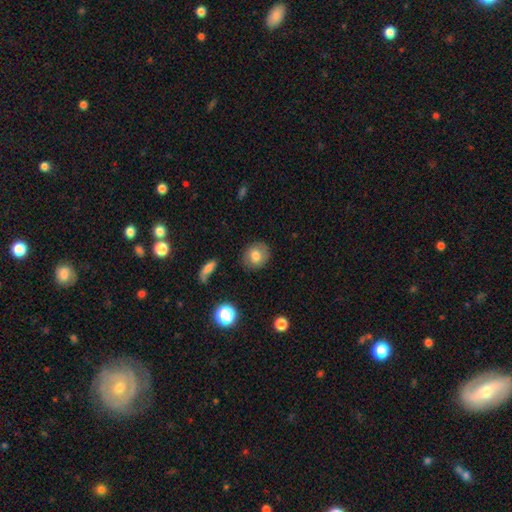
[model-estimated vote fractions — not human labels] Smooth or featured: smooth — 76% (featured or disk — 15%)
How rounded: round — 75% (in between — 24%)
Merging: none — 84% (minor disturbance — 11%)